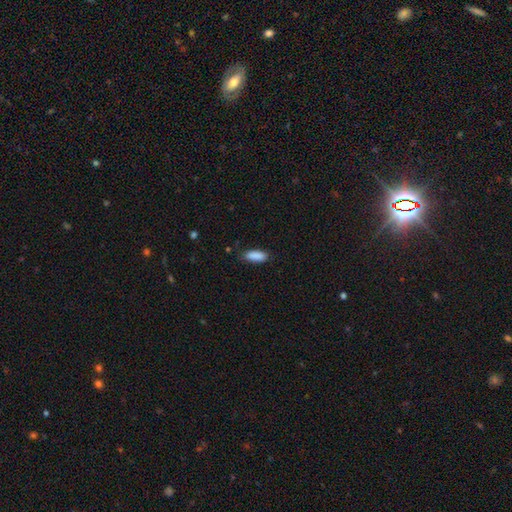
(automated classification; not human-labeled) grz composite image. It shows a smooth galaxy with no disk features (89%) that is in between round and cigar-shaped (69%). Merging: none (82%).